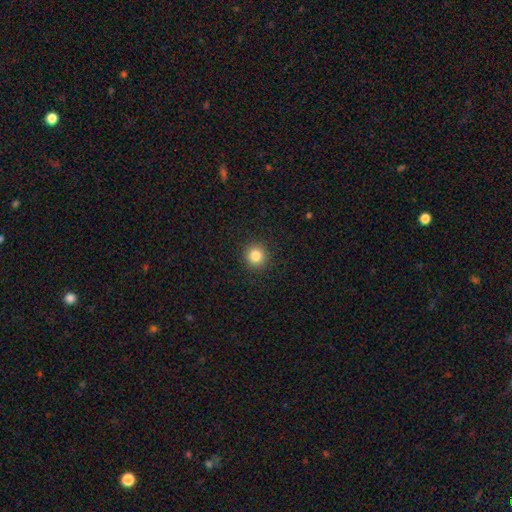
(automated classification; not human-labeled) smooth_or_featured: smooth (p=0.84) [alt: star or artifact p=0.11]
how_rounded: round (p=0.93) [alt: in between p=0.06]
merging: none (p=0.92) [alt: minor disturbance p=0.05]